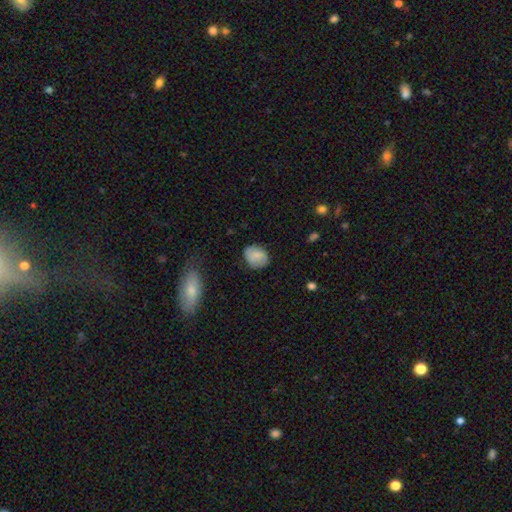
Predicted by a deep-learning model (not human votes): Q: Smooth or featured?
A: smooth (76%); runner-up: featured or disk (16%)
Q: How rounded?
A: round (55%); runner-up: in between (43%)
Q: Merging?
A: none (79%); runner-up: minor disturbance (16%)